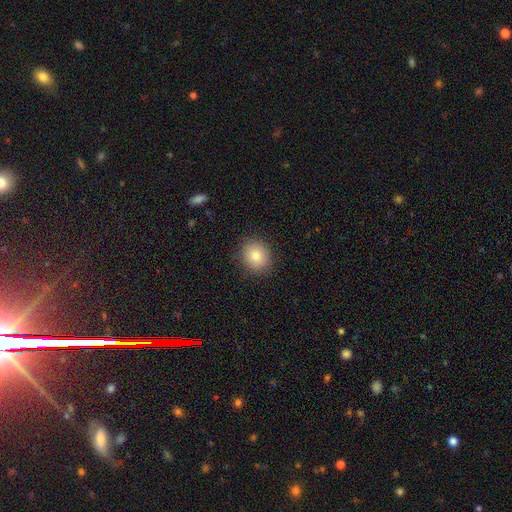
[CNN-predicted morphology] smooth 82%, star or artifact 10%, featured or disk 8%. Down the decision tree: how rounded — round (71%); merging — none (89%).